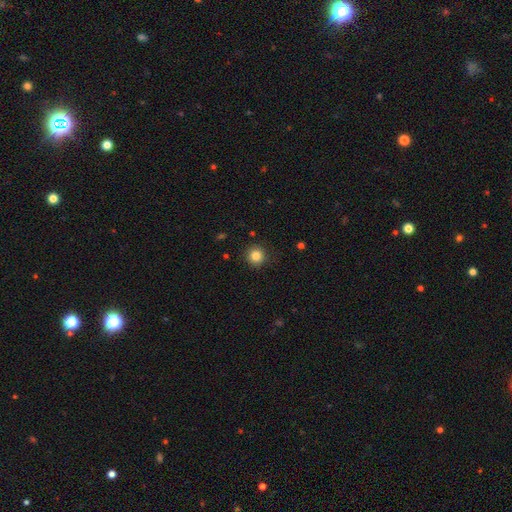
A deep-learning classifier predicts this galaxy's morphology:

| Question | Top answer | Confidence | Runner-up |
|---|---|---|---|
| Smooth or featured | smooth | 83% | star or artifact (11%) |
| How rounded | round | 94% | in between (5%) |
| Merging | none | 91% | minor disturbance (6%) |